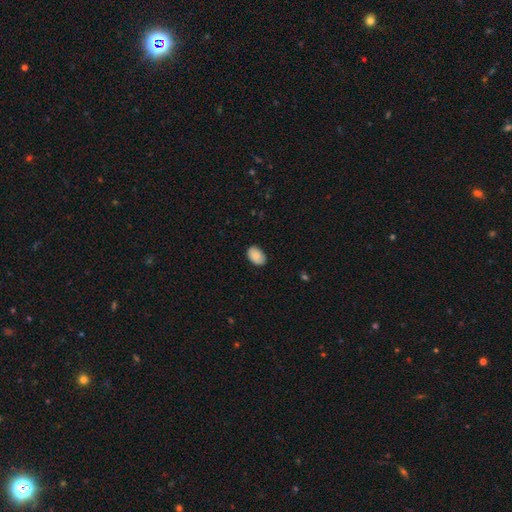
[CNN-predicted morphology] This is clearly a smooth galaxy (88%). How rounded: clearly in between (89%). Merging: clearly none (81%).